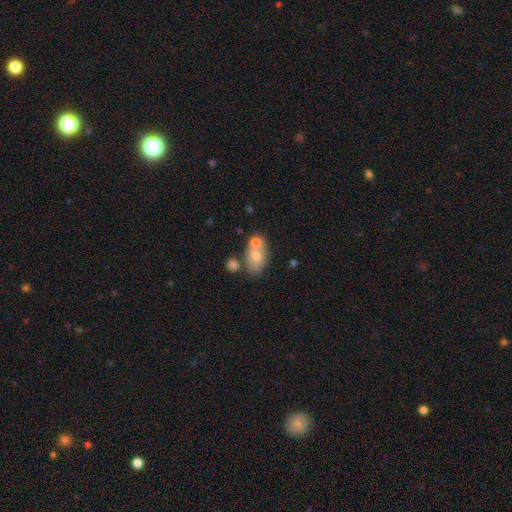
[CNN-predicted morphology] Q: Smooth or featured?
A: smooth (67%); runner-up: featured or disk (24%)
Q: How rounded?
A: in between (85%); runner-up: round (13%)
Q: Merging?
A: none (40%); runner-up: merger (37%)